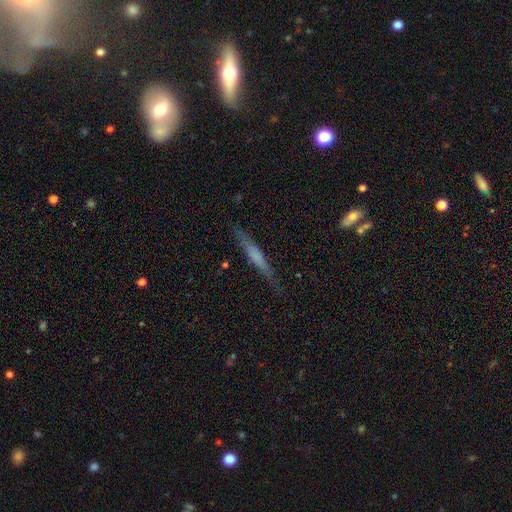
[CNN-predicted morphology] Smooth or featured: featured or disk — 49% (smooth — 44%)
Merging: none — 83% (minor disturbance — 12%)